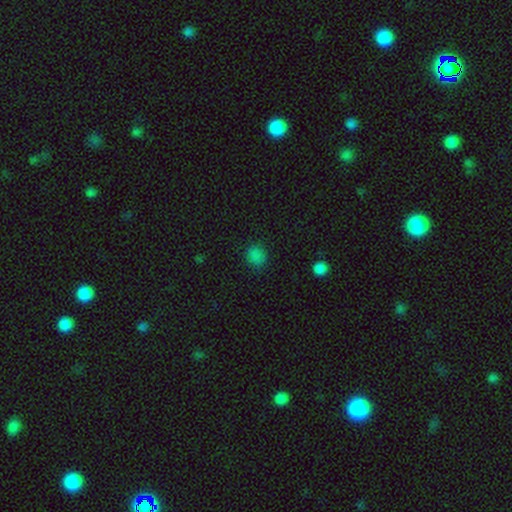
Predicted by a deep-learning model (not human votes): Q: Smooth or featured?
A: smooth (80%); runner-up: star or artifact (17%)
Q: How rounded?
A: round (81%); runner-up: in between (18%)
Q: Merging?
A: none (84%); runner-up: minor disturbance (11%)